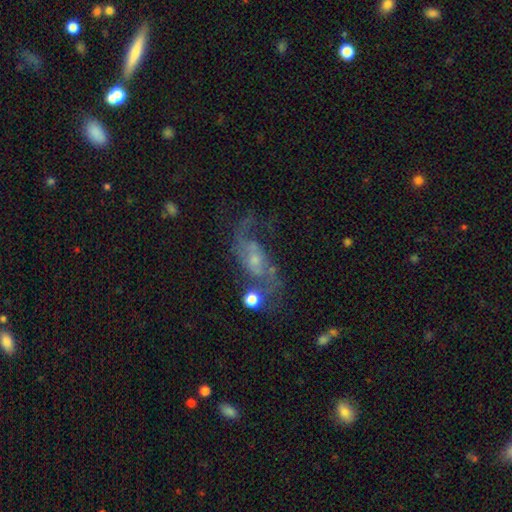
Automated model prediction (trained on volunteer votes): Q: Smooth or featured?
A: featured or disk (70%); runner-up: star or artifact (16%)
Q: Edge-on disk?
A: no (91%); runner-up: yes (9%)
Q: Bar?
A: no (58%); runner-up: weak (33%)
Q: Spiral arms?
A: yes (85%); runner-up: no (15%)
Q: Spiral winding?
A: loose (44%); runner-up: medium (39%)
Q: Spiral arm count?
A: 2 (68%); runner-up: can't tell (15%)
Q: Bulge size?
A: small (52%); runner-up: moderate (35%)
Q: Merging?
A: none (54%); runner-up: major disturbance (19%)